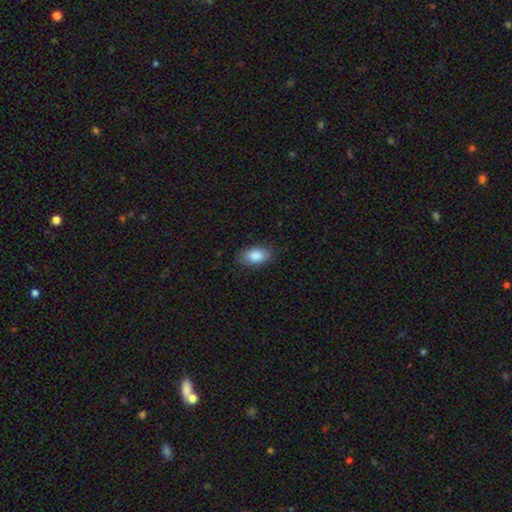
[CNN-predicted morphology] The model was most divided on "merging": none: 84%, minor disturbance: 12%, major disturbance: 3%, merger: 1%. More confident: how rounded — in between (92%); smooth or featured — smooth (88%).